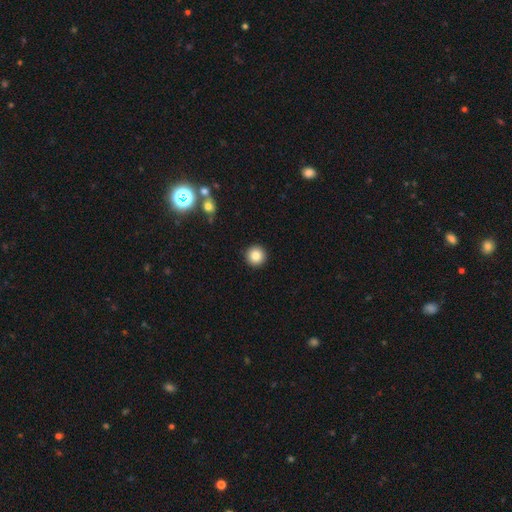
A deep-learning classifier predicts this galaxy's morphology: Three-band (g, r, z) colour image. It shows a smooth galaxy with no disk features (84%) that is round (96%). Merging: none (93%).